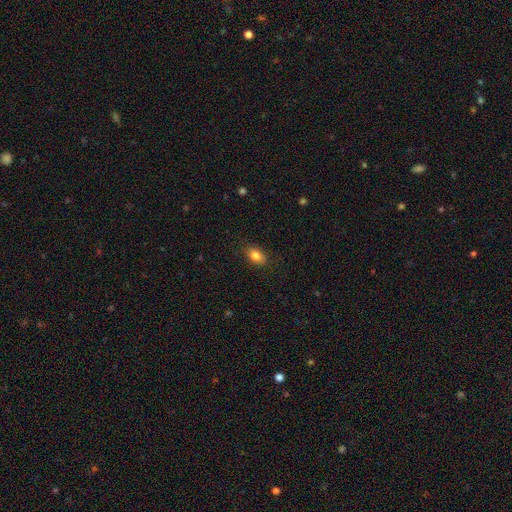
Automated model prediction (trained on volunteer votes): smooth_or_featured: smooth (p=0.84) [alt: star or artifact p=0.09]
how_rounded: in between (p=0.84) [alt: round p=0.15]
merging: none (p=0.87) [alt: minor disturbance p=0.10]